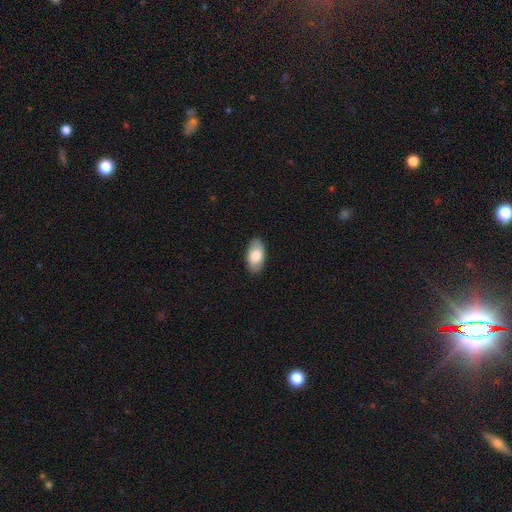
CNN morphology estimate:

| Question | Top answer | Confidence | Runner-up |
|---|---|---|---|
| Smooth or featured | smooth | 78% | featured or disk (16%) |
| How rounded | in between | 95% | round (3%) |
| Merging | none | 87% | minor disturbance (10%) |